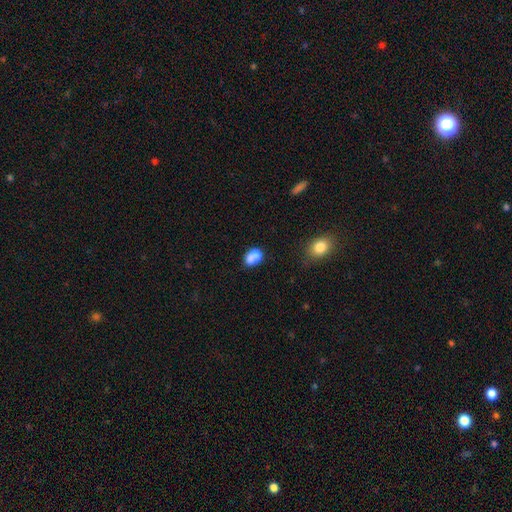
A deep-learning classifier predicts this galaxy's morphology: A smooth galaxy with no disk features (74%) that is in between round and cigar-shaped (68%).

Vote fractions:
- Smooth or featured? smooth: 74% / featured or disk: 16% / star or artifact: 10%
- How rounded? in between: 68% / round: 31% / cigar-shaped: 2%
- Merging? merger: 46% / none: 32% / minor disturbance: 15% / major disturbance: 7%